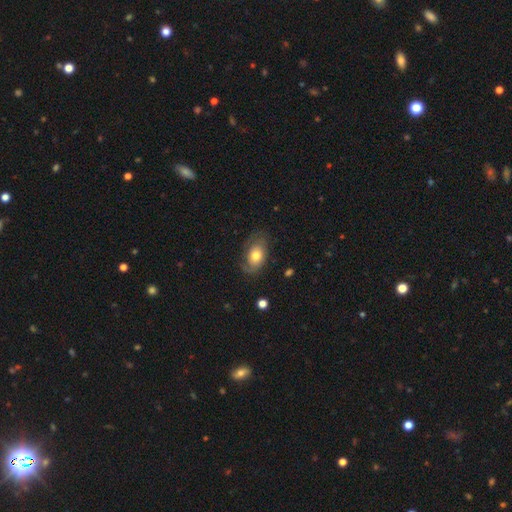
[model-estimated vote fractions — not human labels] Smooth or featured?
  - smooth: 54% *
  - featured or disk: 38%
  - star or artifact: 7%
How rounded?
  - in between: 84% *
  - round: 15%
  - cigar-shaped: 2%
Merging?
  - none: 64% *
  - minor disturbance: 23%
  - major disturbance: 12%
  - merger: 1%